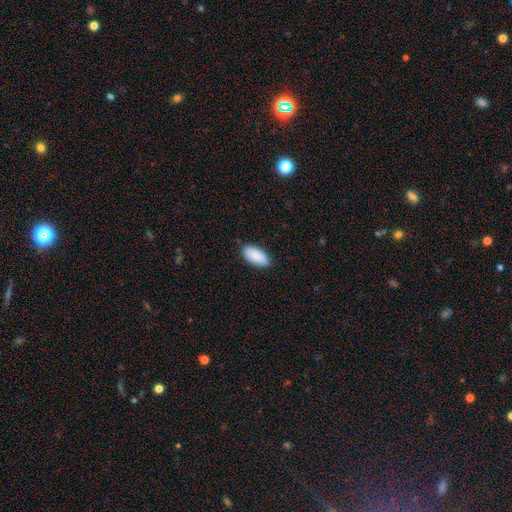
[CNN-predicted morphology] Smooth or featured? smooth (90%)
How rounded? in between (93%)
Merging? none (87%)